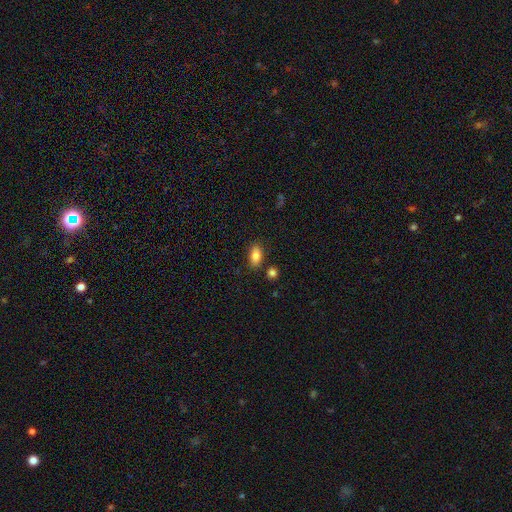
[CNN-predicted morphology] smooth_or_featured: smooth (p=0.82) [alt: featured or disk p=0.09]
how_rounded: in between (p=0.88) [alt: round p=0.07]
merging: none (p=0.82) [alt: minor disturbance p=0.11]